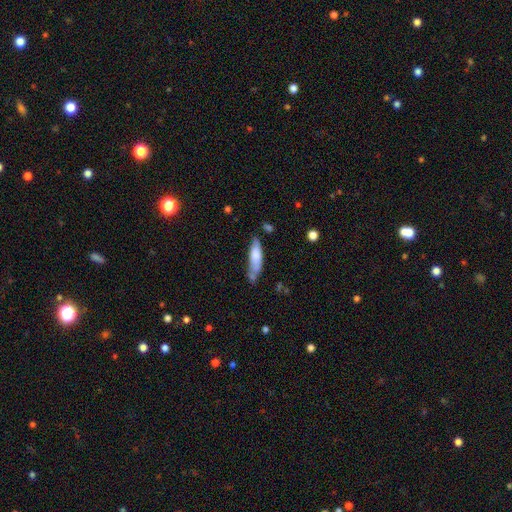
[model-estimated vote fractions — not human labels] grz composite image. It shows a smooth galaxy with no disk features (71%) that is cigar-shaped (61%). Merging: none (52%).